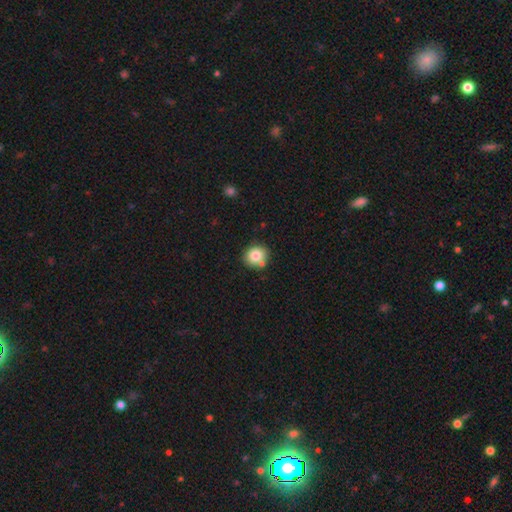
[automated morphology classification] Smooth or featured: smooth — 82% (star or artifact — 10%)
How rounded: round — 79% (in between — 21%)
Merging: none — 74% (merger — 12%)